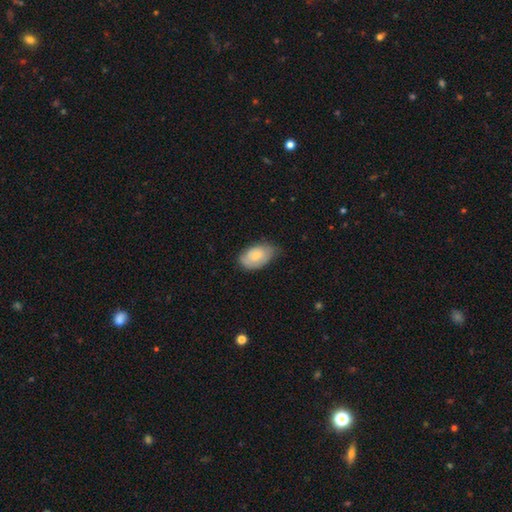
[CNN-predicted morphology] Smooth or featured? Predicted: smooth (p=0.69). How rounded? Predicted: in between (p=0.91). Merging? Predicted: none (p=0.57).